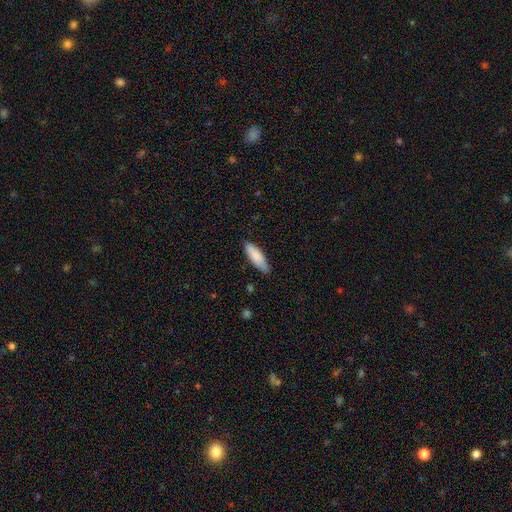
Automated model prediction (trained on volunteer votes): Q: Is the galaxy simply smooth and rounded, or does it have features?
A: smooth — 85%.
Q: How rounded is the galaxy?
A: in between — 57%.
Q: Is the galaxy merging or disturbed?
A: none — 79%.